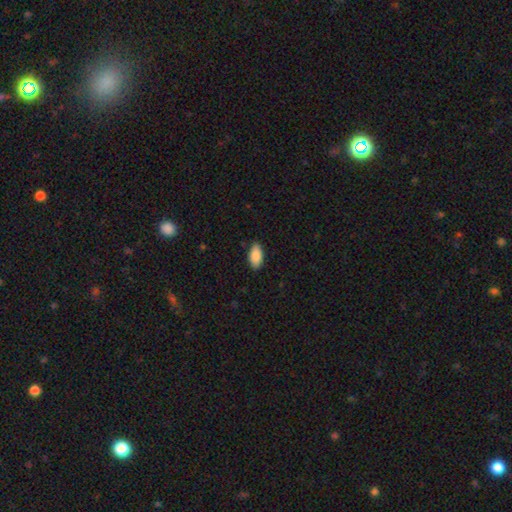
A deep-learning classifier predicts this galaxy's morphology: Overall: smooth (89%). How rounded: in between (93%). Merging: none (87%).